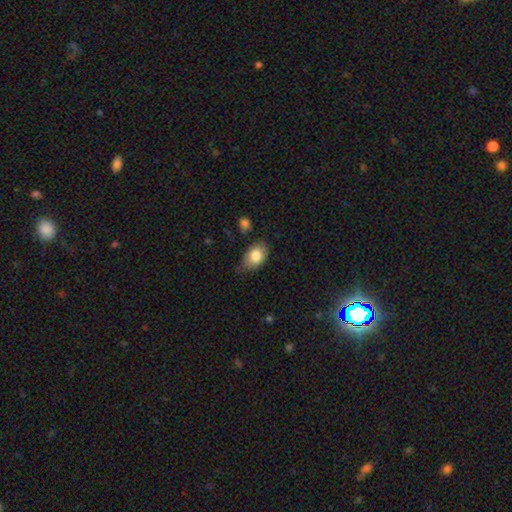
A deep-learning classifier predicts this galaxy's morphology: Overall: smooth (81%). How rounded: in between (87%). Merging: none (66%; minor disturbance 26%).